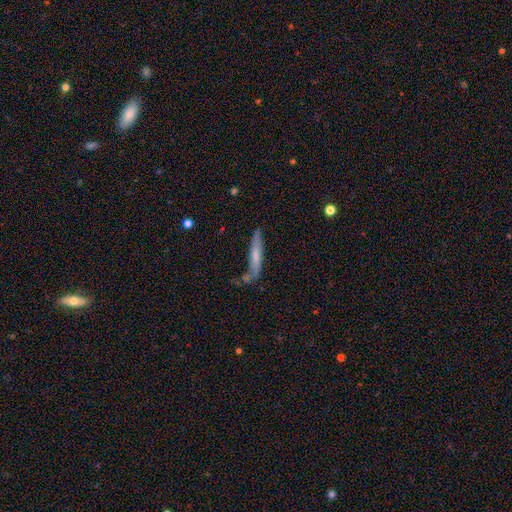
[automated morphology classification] smooth-or-featured: smooth: 61% | featured or disk: 33% | star or artifact: 7%
  how-rounded: cigar-shaped: 90% | in between: 8% | round: 2%
  merging: none: 63% | minor disturbance: 22% | merger: 8% | major disturbance: 7%